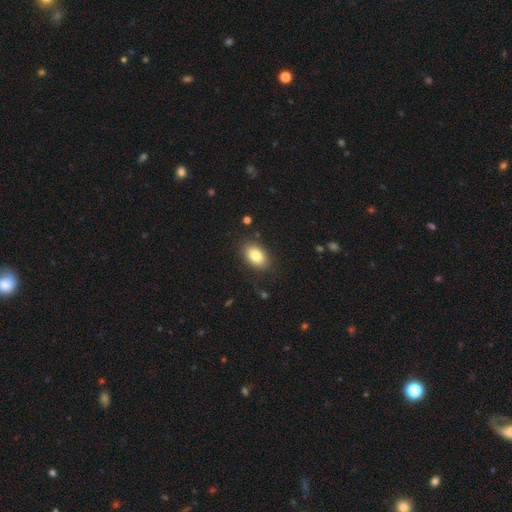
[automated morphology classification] Q: Smooth or featured?
A: smooth (83%); runner-up: featured or disk (9%)
Q: How rounded?
A: in between (85%); runner-up: round (13%)
Q: Merging?
A: none (84%); runner-up: minor disturbance (11%)